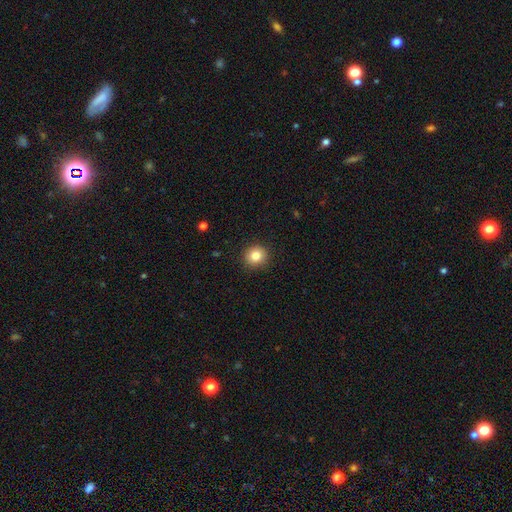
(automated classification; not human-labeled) A smooth galaxy with no disk features (84%) that is round (90%).

Vote fractions:
- Smooth or featured? smooth: 84% / star or artifact: 10% / featured or disk: 6%
- How rounded? round: 90% / in between: 9% / cigar-shaped: 1%
- Merging? none: 90% / minor disturbance: 7% / major disturbance: 2% / merger: 1%